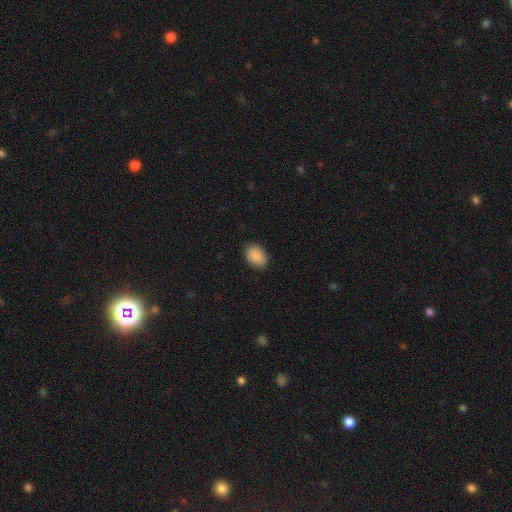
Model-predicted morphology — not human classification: smooth_or_featured: smooth (p=0.90) [alt: star or artifact p=0.07]
how_rounded: in between (p=0.79) [alt: round p=0.20]
merging: none (p=0.85) [alt: minor disturbance p=0.11]